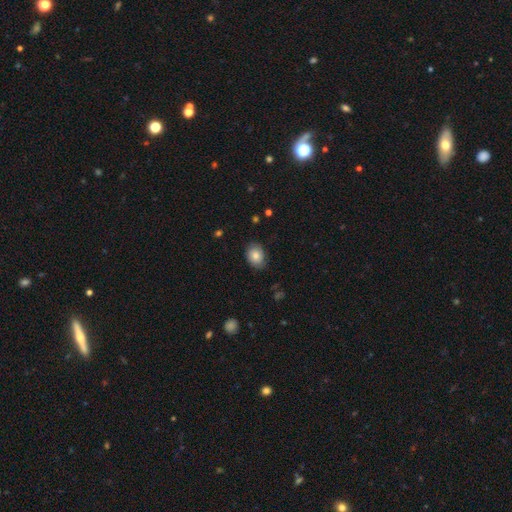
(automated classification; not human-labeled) Morphology: type=smooth (77%); roundness=in between (61%); merging=none (77%).